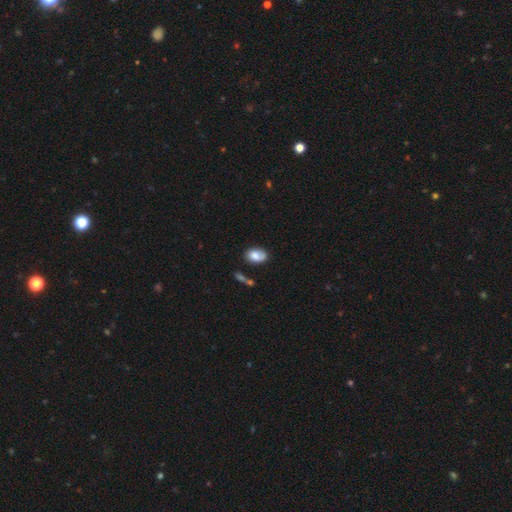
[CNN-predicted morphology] smooth_or_featured: smooth (p=0.77) [alt: featured or disk p=0.16]
how_rounded: in between (p=0.86) [alt: round p=0.13]
merging: none (p=0.62) [alt: minor disturbance p=0.25]